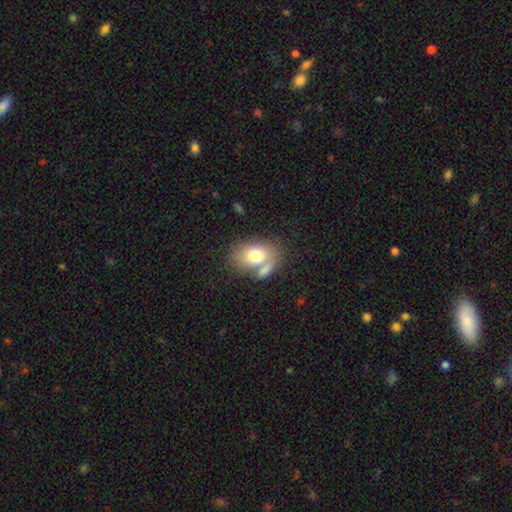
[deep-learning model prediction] Smooth or featured? Predicted: smooth (p=0.74). How rounded? Predicted: in between (p=0.77). Merging? Predicted: none (p=0.44).